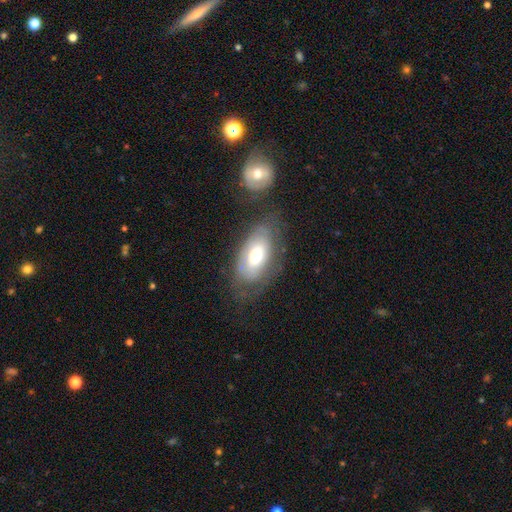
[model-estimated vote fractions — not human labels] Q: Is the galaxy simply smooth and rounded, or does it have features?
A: smooth — 49%.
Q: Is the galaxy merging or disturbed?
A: none — 58%.